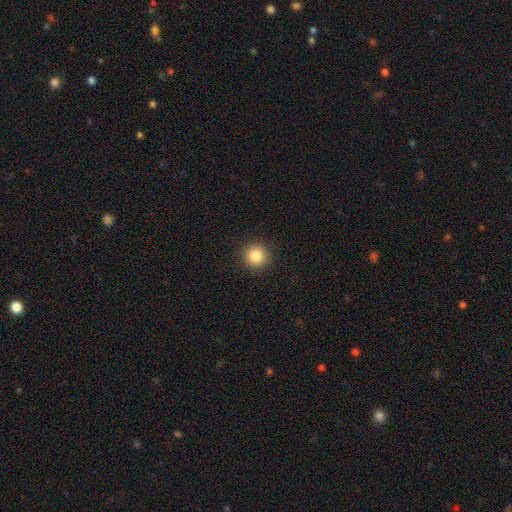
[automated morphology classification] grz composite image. It shows a smooth galaxy with no disk features (85%) that is round (95%). Merging: none (92%).